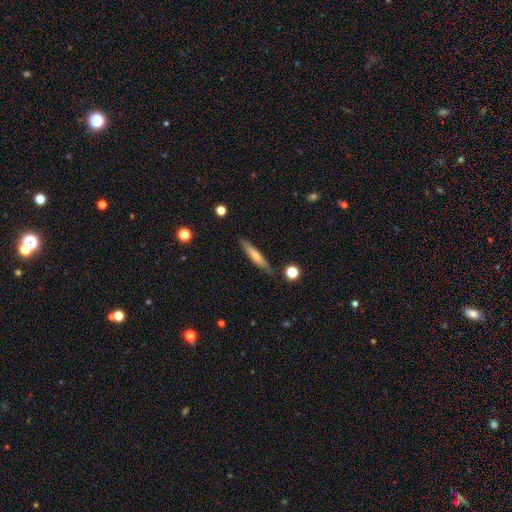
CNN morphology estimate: Q: Smooth or featured?
A: smooth (61%); runner-up: featured or disk (33%)
Q: How rounded?
A: cigar-shaped (89%); runner-up: in between (9%)
Q: Merging?
A: none (83%); runner-up: minor disturbance (13%)